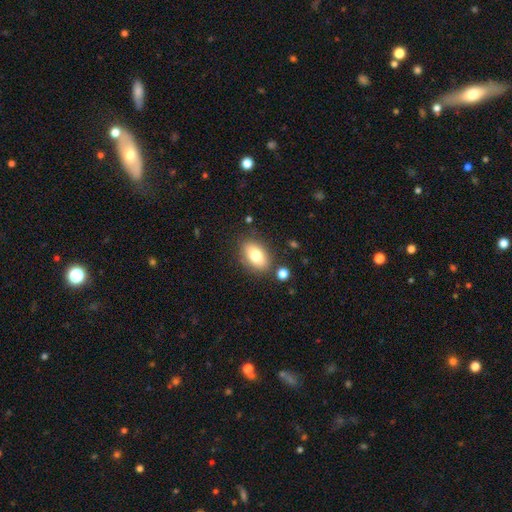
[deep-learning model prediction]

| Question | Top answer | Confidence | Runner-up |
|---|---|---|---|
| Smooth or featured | smooth | 77% | featured or disk (15%) |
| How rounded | in between | 87% | round (10%) |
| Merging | none | 82% | minor disturbance (11%) |